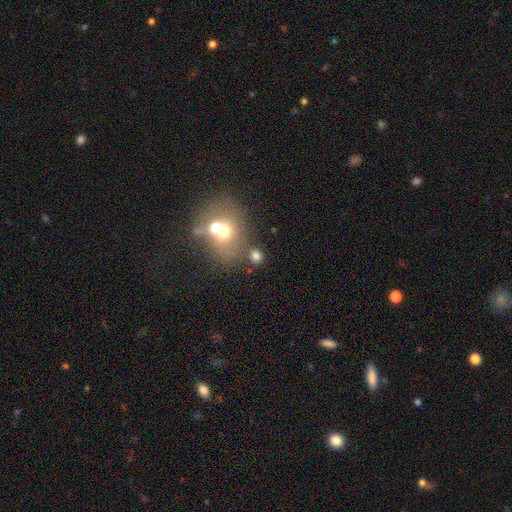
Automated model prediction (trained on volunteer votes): smooth_or_featured: smooth (p=0.68) [alt: star or artifact p=0.17]
how_rounded: round (p=0.63) [alt: in between p=0.36]
merging: none (p=0.45) [alt: merger p=0.38]